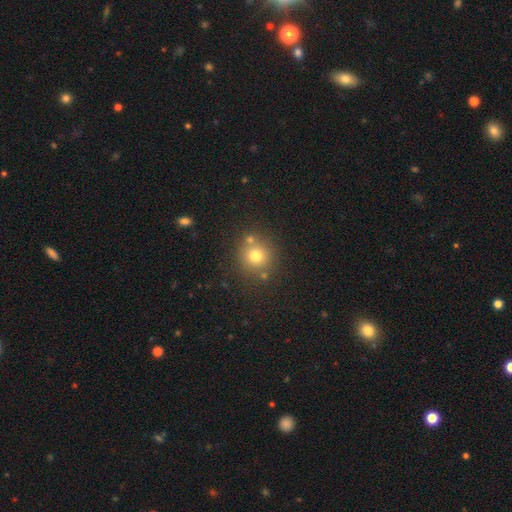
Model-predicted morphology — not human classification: smooth_or_featured: smooth (p=0.73) [alt: star or artifact p=0.16]
how_rounded: round (p=0.91) [alt: in between p=0.08]
merging: none (p=0.74) [alt: merger p=0.13]